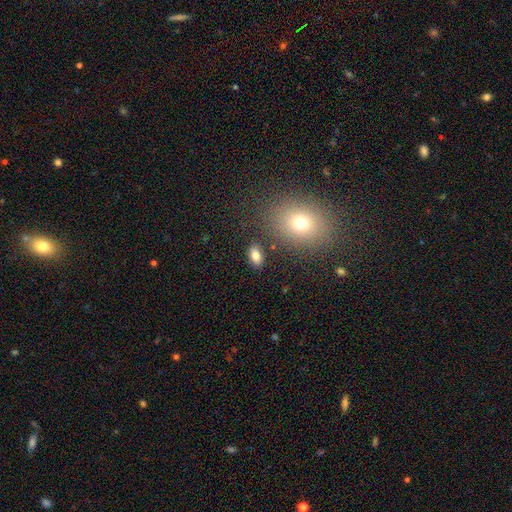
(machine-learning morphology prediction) A smooth galaxy with no disk features (78%) that is in between round and cigar-shaped (88%). Merging: none (82%).